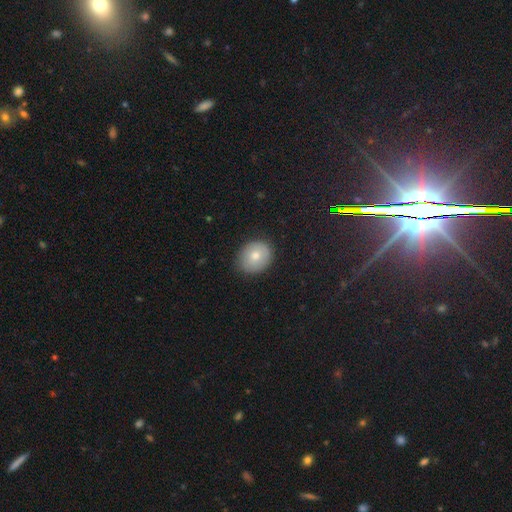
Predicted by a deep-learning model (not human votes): The model was most divided on "how rounded": round: 68%, in between: 31%, cigar-shaped: 1%. More confident: merging — none (83%); smooth or featured — smooth (72%).